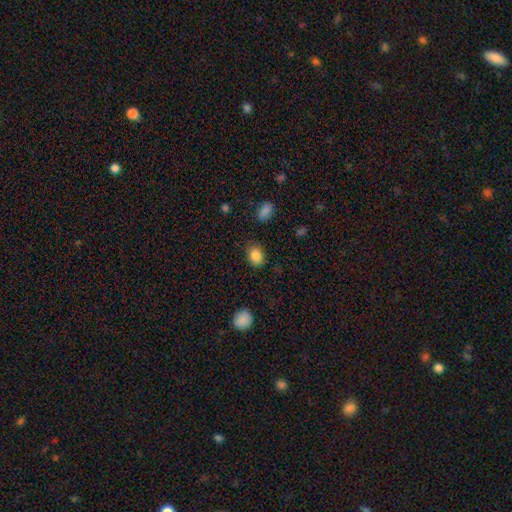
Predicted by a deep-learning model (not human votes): The model was most divided on "how rounded": in between: 67%, round: 32%, cigar-shaped: 1%. More confident: smooth or featured — smooth (86%); merging — none (84%).